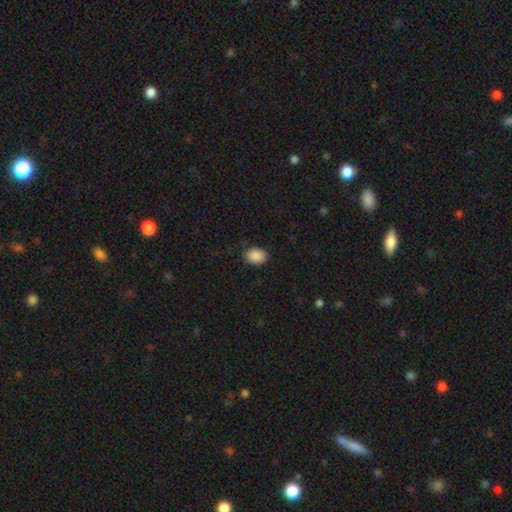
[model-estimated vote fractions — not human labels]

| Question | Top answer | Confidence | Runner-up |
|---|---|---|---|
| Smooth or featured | smooth | 89% | star or artifact (8%) |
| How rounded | in between | 69% | round (30%) |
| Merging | none | 86% | minor disturbance (10%) |